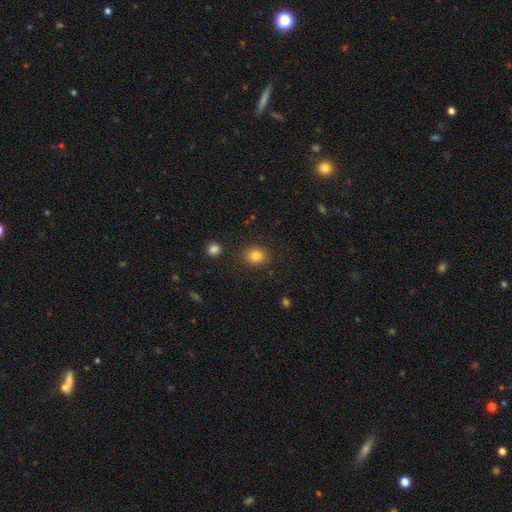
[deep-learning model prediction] smooth_or_featured: smooth (p=0.83) [alt: star or artifact p=0.11]
how_rounded: round (p=0.59) [alt: in between p=0.40]
merging: none (p=0.86) [alt: minor disturbance p=0.09]